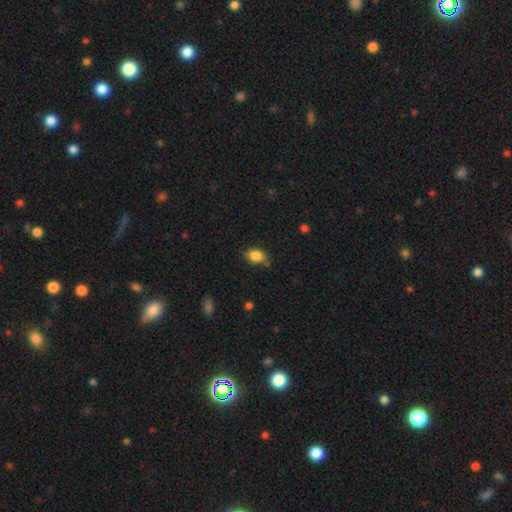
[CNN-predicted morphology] Overall: smooth (86%). How rounded: in between (84%). Merging: none (73%).